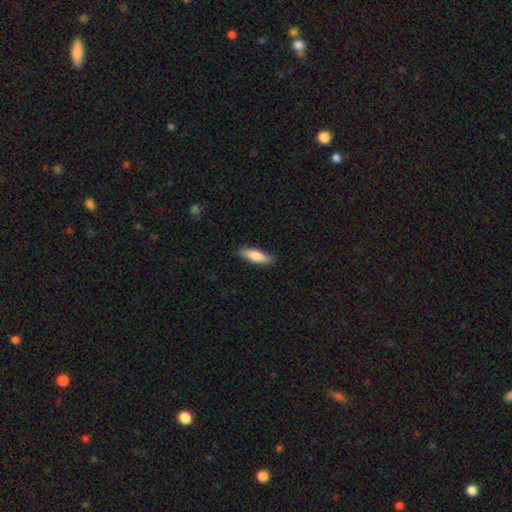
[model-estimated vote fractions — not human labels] Smooth or featured? smooth (79%)
How rounded? in between (50%)
Merging? none (86%)